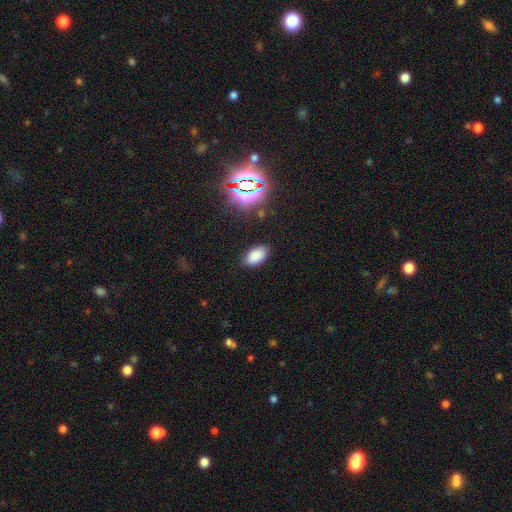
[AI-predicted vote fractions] Morphology: type=smooth (82%); roundness=in between (93%); merging=none (85%).